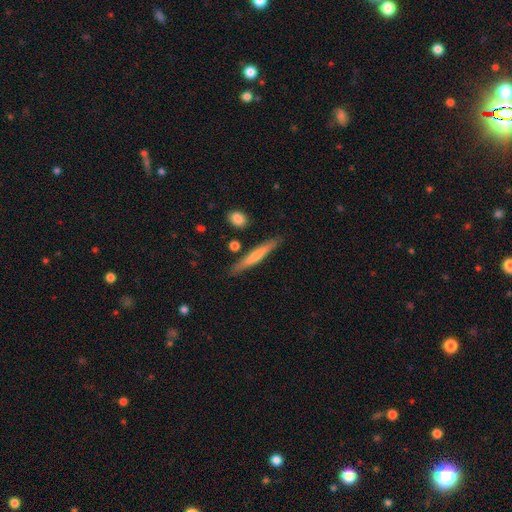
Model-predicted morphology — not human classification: The model was most divided on "smooth or featured": smooth: 61%, featured or disk: 33%, star or artifact: 6%. More confident: how rounded — cigar-shaped (94%); merging — none (84%).